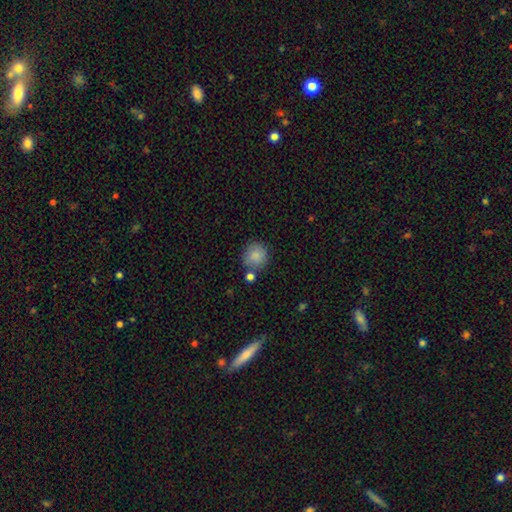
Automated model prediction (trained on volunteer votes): smooth-or-featured: smooth: 87% | star or artifact: 8% | featured or disk: 5%
  how-rounded: round: 89% | in between: 10% | cigar-shaped: 1%
  merging: none: 75% | minor disturbance: 12% | merger: 10% | major disturbance: 4%